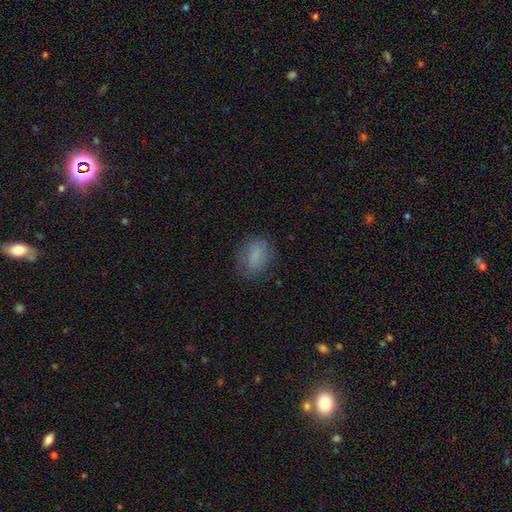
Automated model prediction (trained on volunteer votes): A smooth galaxy with no disk features (76%) that is in between round and cigar-shaped (69%).

Vote fractions:
- Smooth or featured? smooth: 76% / featured or disk: 14% / star or artifact: 10%
- How rounded? in between: 69% / round: 29% / cigar-shaped: 2%
- Merging? none: 73% / minor disturbance: 18% / major disturbance: 7% / merger: 1%